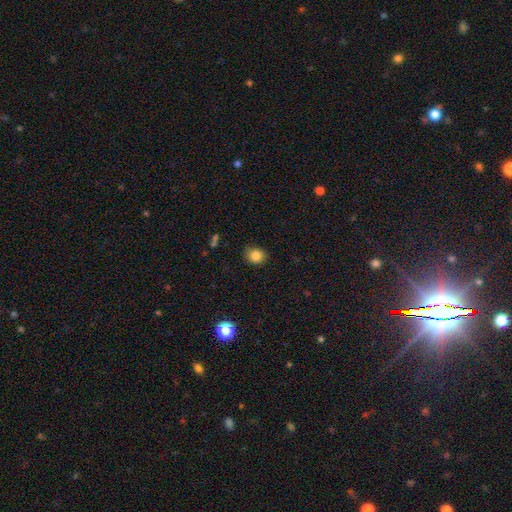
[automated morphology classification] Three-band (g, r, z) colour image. It shows a smooth galaxy with no disk features (84%) that is round (77%). Merging: none (80%).